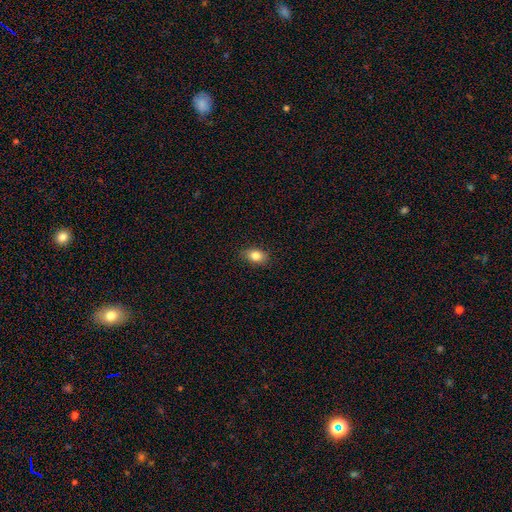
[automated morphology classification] smooth 82%, star or artifact 9%, featured or disk 8%. Down the decision tree: how rounded — in between (76%); merging — none (85%).